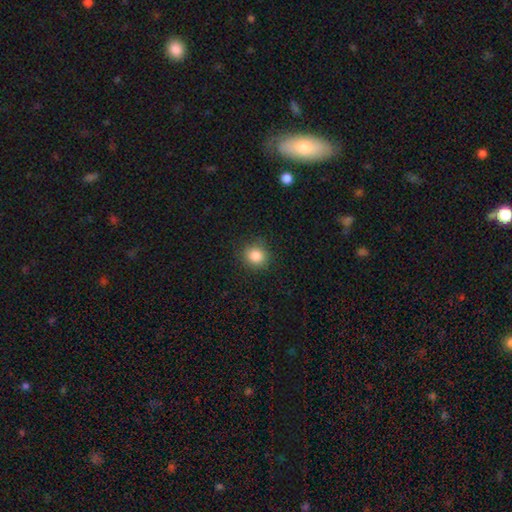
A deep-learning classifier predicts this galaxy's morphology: type=smooth (85%); roundness=round (88%); merging=none (88%).